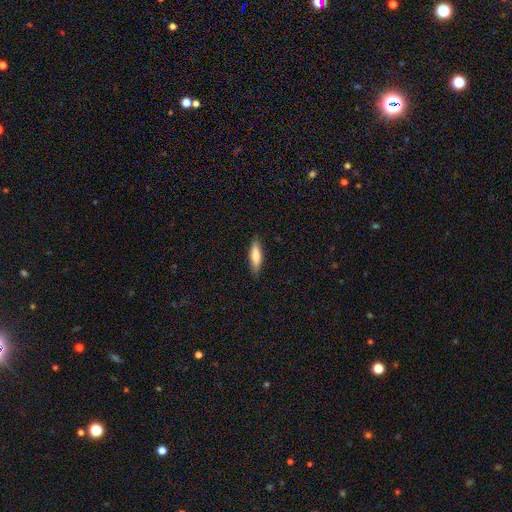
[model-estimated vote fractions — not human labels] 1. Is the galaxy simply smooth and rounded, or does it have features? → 74% smooth, 20% featured or disk, 6% star or artifact.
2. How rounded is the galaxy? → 54% cigar-shaped, 45% in between, 2% round.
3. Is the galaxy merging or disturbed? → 86% none, 11% minor disturbance, 2% major disturbance, 1% merger.